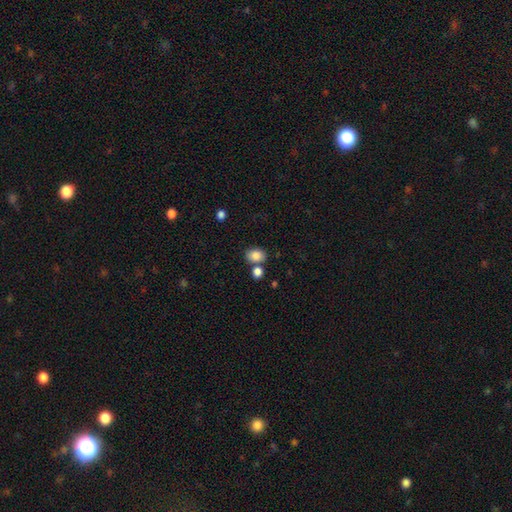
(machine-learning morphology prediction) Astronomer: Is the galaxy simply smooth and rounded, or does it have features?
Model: smooth — 85%.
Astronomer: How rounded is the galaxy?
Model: in between — 64%.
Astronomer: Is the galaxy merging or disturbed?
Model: none — 66%.